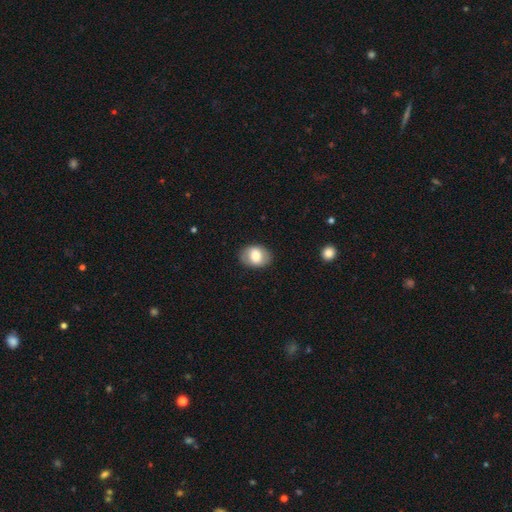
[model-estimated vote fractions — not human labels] The model was most divided on "how rounded": in between: 75%, round: 24%, cigar-shaped: 1%. More confident: merging — none (84%); smooth or featured — smooth (74%).